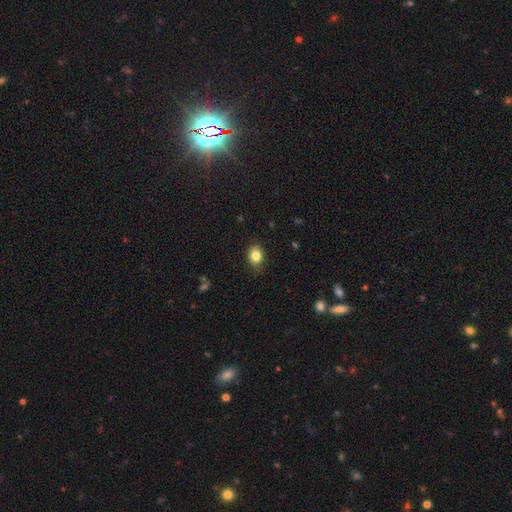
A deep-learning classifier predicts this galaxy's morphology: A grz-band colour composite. It shows a smooth galaxy with no disk features (83%) that is in between round and cigar-shaped (54%). Merging: none (81%).